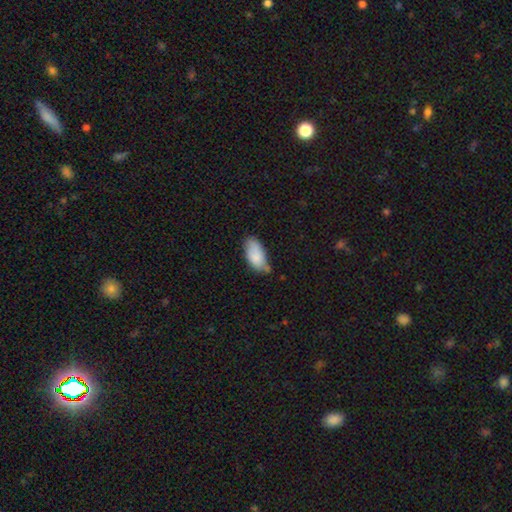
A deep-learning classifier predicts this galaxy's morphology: This is clearly a smooth galaxy (84%). How rounded: clearly in between (93%). Merging: possibly none (51%).